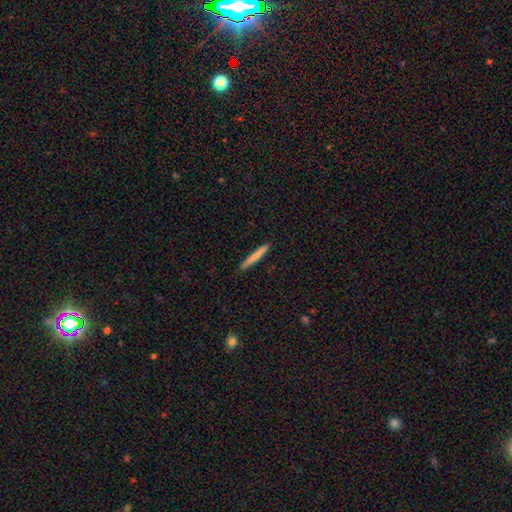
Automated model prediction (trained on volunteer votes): A smooth galaxy with no disk features (76%) that is cigar-shaped (96%). Merging: none (91%).